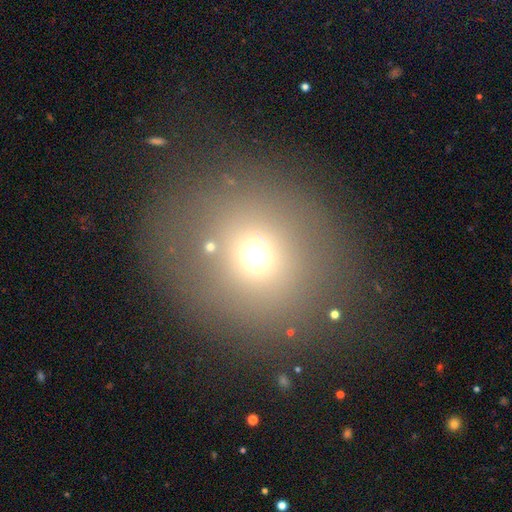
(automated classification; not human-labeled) smooth-or-featured: smooth: 64% | star or artifact: 22% | featured or disk: 13%
  how-rounded: round: 88% | in between: 11% | cigar-shaped: 1%
  merging: none: 76% | minor disturbance: 11% | major disturbance: 9% | merger: 4%